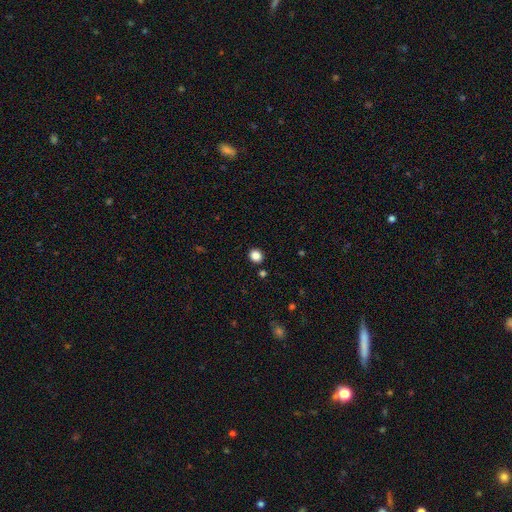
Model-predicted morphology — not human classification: This appears to be a smooth galaxy with no disk features (86%) that is round (75%). Merging: none (90%).